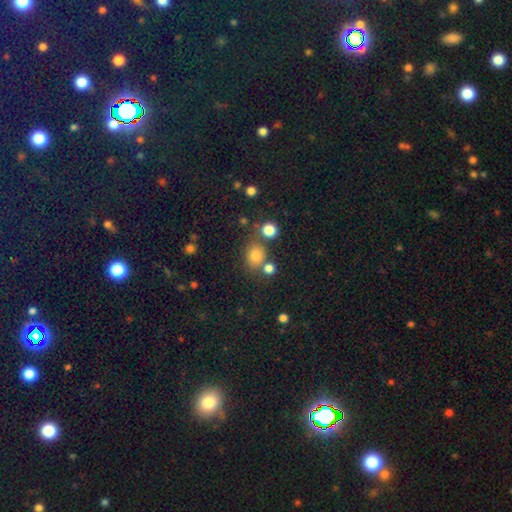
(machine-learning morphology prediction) A smooth galaxy with no disk features (74%) that is round (69%).

Vote fractions:
- Smooth or featured? smooth: 74% / star or artifact: 17% / featured or disk: 8%
- How rounded? round: 69% / in between: 30% / cigar-shaped: 1%
- Merging? none: 70% / merger: 14% / minor disturbance: 11% / major disturbance: 4%